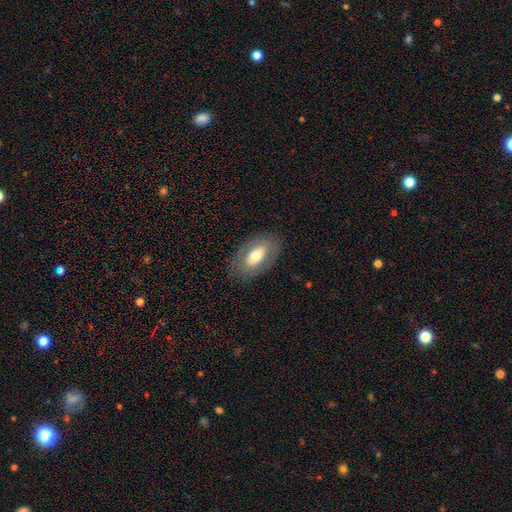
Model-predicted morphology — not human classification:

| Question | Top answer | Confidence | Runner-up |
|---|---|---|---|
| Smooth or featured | smooth | 54% | featured or disk (39%) |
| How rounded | in between | 91% | round (6%) |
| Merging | none | 81% | minor disturbance (12%) |